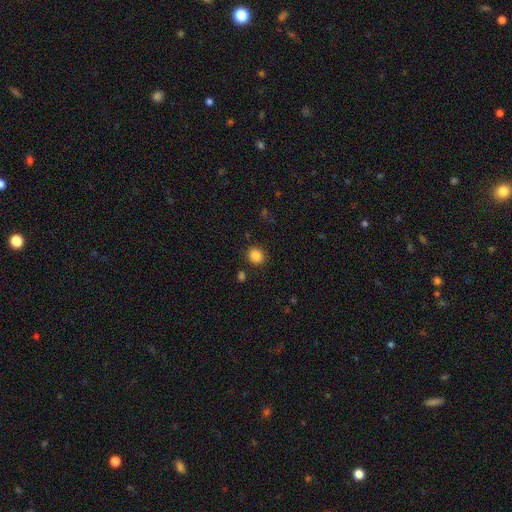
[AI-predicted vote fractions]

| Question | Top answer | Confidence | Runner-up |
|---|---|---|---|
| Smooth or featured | smooth | 86% | star or artifact (10%) |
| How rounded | round | 84% | in between (15%) |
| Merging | none | 88% | minor disturbance (7%) |